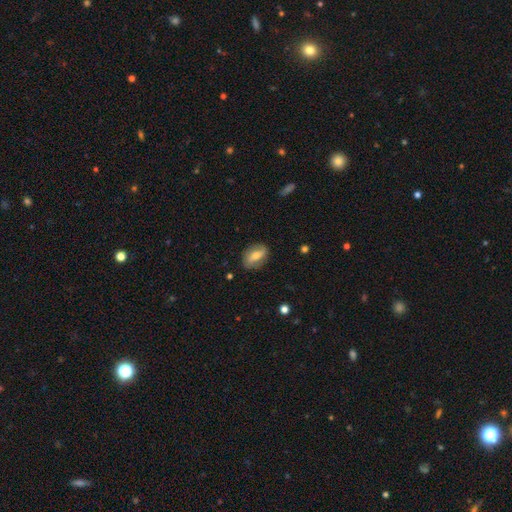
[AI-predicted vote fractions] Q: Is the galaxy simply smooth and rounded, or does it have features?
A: smooth — 48%.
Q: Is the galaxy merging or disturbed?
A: none — 80%.